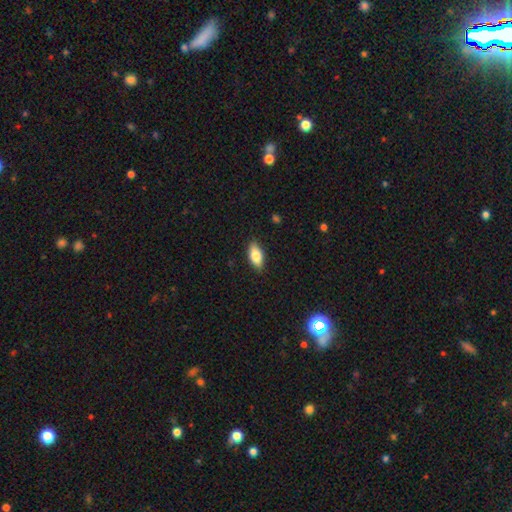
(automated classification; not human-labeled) This is clearly a smooth galaxy (81%). How rounded: clearly in between (88%). Merging: clearly none (87%).